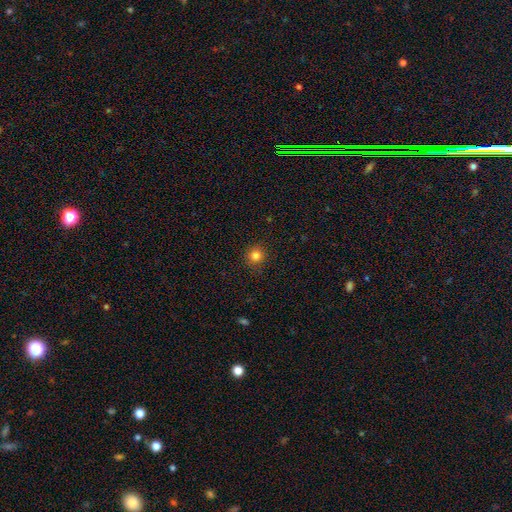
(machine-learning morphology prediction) Smooth or featured?
  - smooth: 82% *
  - star or artifact: 13%
  - featured or disk: 5%
How rounded?
  - round: 93% *
  - in between: 7%
  - cigar-shaped: 1%
Merging?
  - none: 91% *
  - minor disturbance: 6%
  - major disturbance: 2%
  - merger: 1%